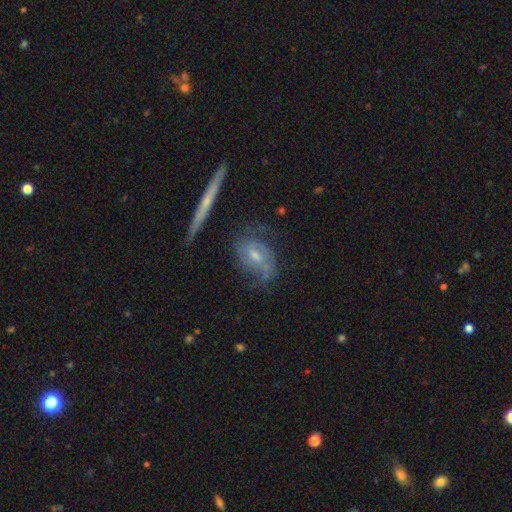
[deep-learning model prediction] This is likely a featured or disk galaxy (63%). It is clearly not viewed edge-on (87%). Bar: marginally weak (45%). Spiral arm pattern: likely yes (74%). Central bulge: possibly moderate (51%). Merging: possibly none (57%).